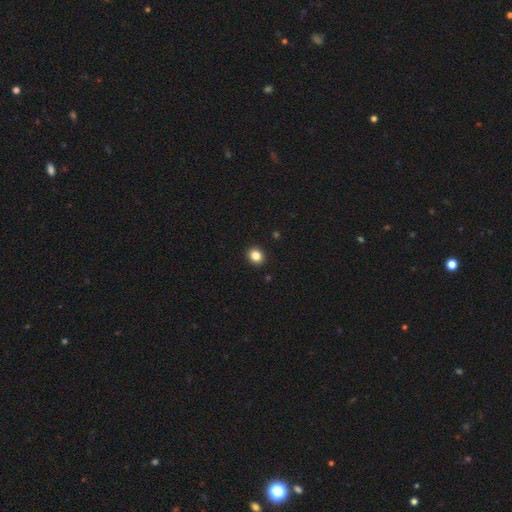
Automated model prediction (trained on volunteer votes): This is clearly a smooth galaxy (85%). How rounded: likely round (76%). Merging: clearly none (93%).